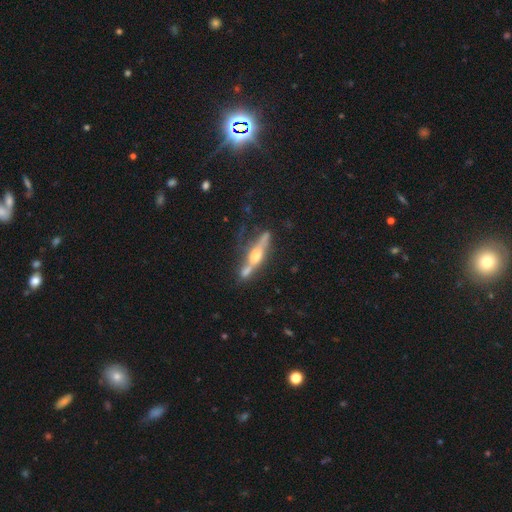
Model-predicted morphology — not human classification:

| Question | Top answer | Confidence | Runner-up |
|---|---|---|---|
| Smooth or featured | featured or disk | 73% | smooth (20%) |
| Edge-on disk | yes | 90% | no (10%) |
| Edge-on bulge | rounded | 92% | boxy (5%) |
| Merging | none | 53% | merger (20%) |